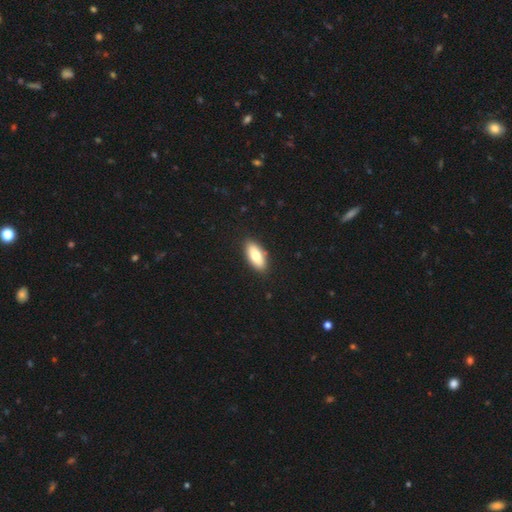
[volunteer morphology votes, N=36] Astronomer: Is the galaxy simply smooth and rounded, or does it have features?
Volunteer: smooth — 83%.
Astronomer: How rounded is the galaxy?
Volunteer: in between — 80%.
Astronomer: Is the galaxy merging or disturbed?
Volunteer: none — 86%.